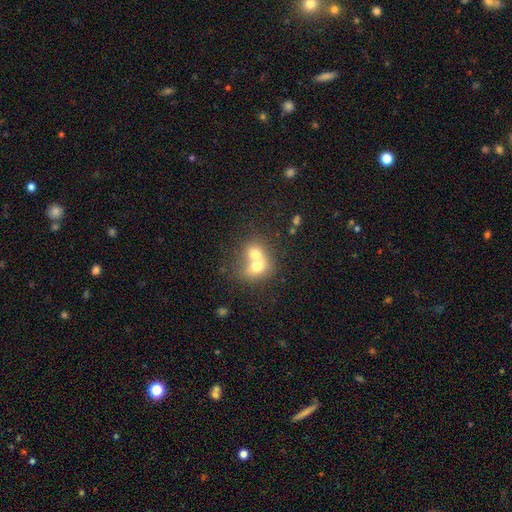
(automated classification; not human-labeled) Q: Smooth or featured?
A: smooth (63%); runner-up: featured or disk (25%)
Q: How rounded?
A: round (62%); runner-up: in between (37%)
Q: Merging?
A: merger (72%); runner-up: none (20%)